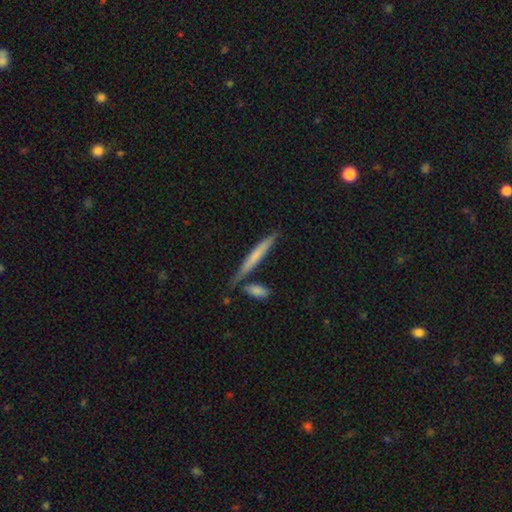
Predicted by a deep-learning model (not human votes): This appears to be a smooth galaxy with no disk features (62%) that is cigar-shaped (94%). Merging: none (74%).